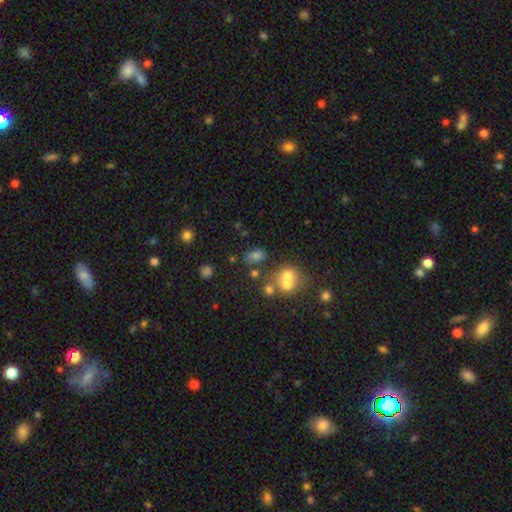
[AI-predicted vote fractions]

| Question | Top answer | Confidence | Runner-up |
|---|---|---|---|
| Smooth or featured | smooth | 69% | star or artifact (18%) |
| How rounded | in between | 79% | round (18%) |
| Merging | none | 57% | merger (19%) |